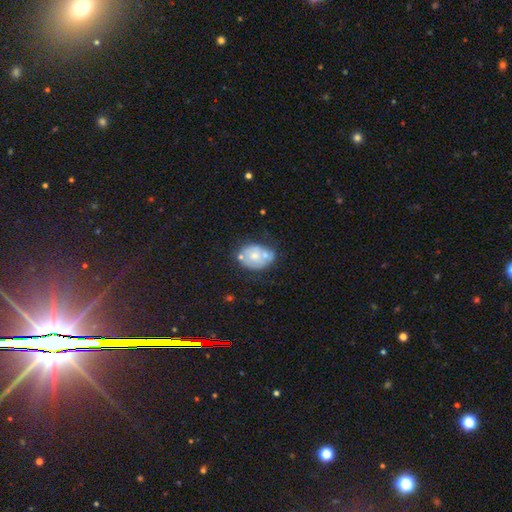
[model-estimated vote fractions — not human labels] Smooth or featured? Predicted: smooth (p=0.48). Merging? Predicted: none (p=0.40).